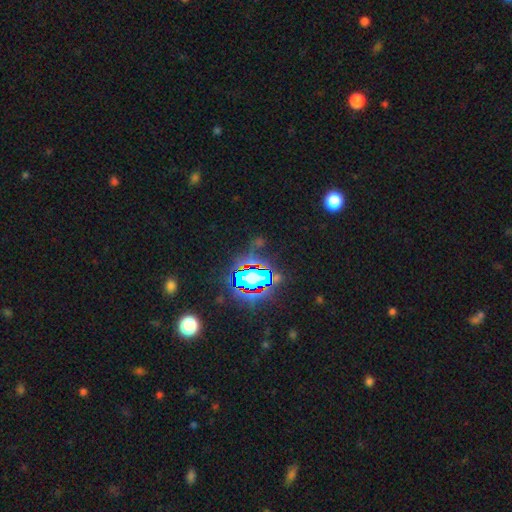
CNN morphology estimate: Smooth or featured?
  - star or artifact: 81% *
  - smooth: 11%
  - featured or disk: 8%